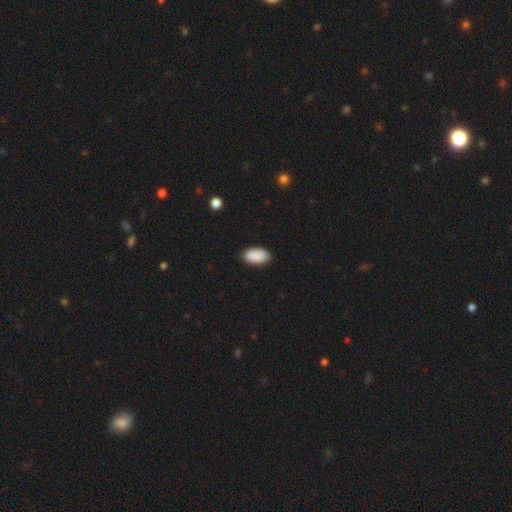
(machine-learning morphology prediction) A smooth galaxy with no disk features (90%) that is in between round and cigar-shaped (95%). Merging: none (84%).